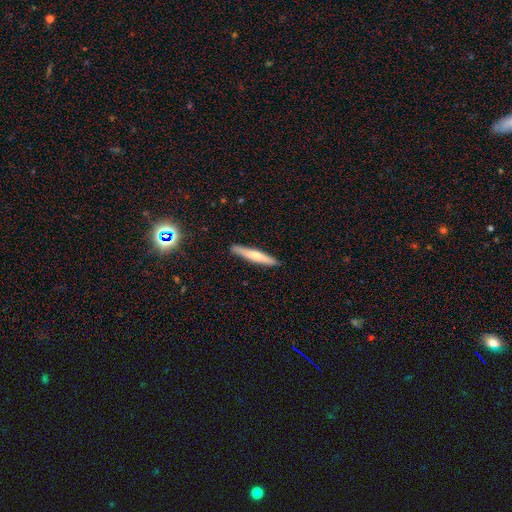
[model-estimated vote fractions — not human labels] This is possibly a smooth galaxy (60%). How rounded: clearly cigar-shaped (94%). Merging: clearly none (90%).